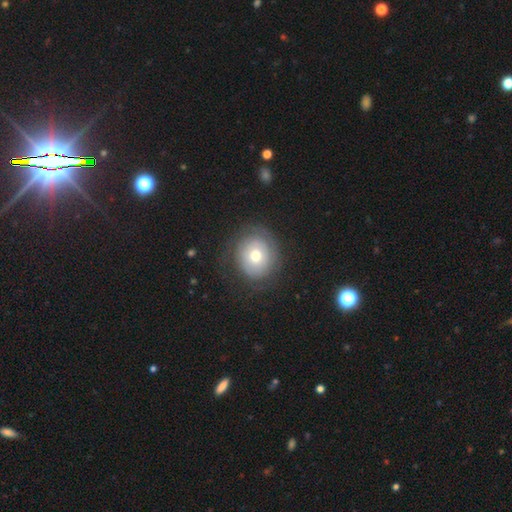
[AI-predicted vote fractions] The model was most divided on "smooth or featured": smooth: 51%, featured or disk: 40%, star or artifact: 9%. More confident: how rounded — round (83%); merging — none (74%).